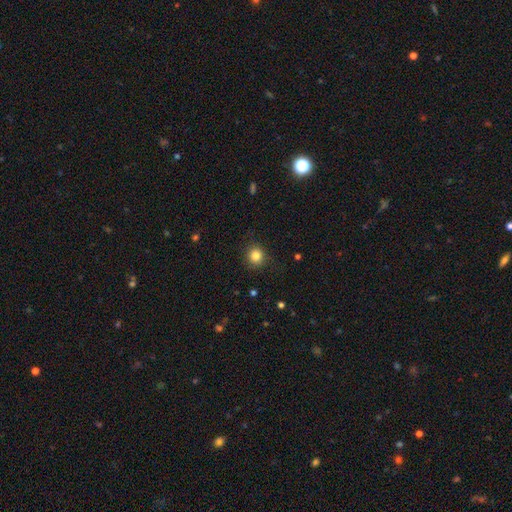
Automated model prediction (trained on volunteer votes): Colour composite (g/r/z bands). It shows a smooth galaxy with no disk features (84%) that is round (90%). Merging: none (86%).